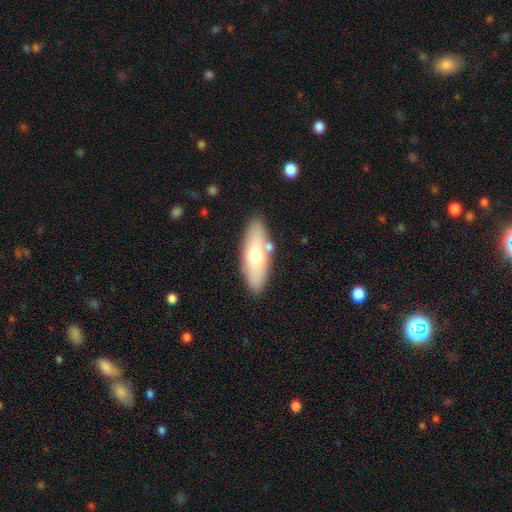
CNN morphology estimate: smooth_or_featured: smooth (p=0.62) [alt: featured or disk p=0.32]
how_rounded: in between (p=0.66) [alt: cigar-shaped p=0.32]
merging: none (p=0.81) [alt: minor disturbance p=0.11]